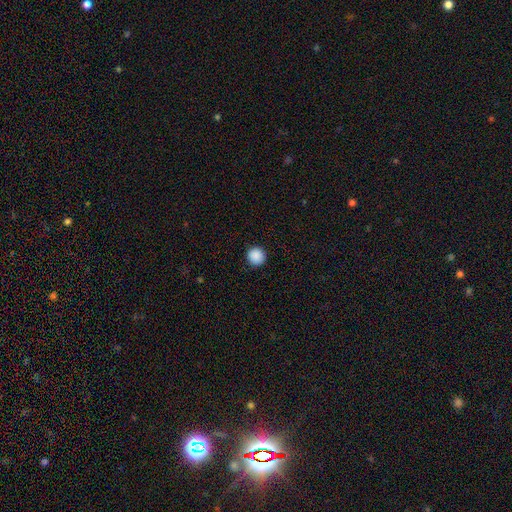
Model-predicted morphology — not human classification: The model was most divided on "smooth or featured": smooth: 89%, star or artifact: 9%, featured or disk: 2%. More confident: how rounded — round (96%); merging — none (93%).